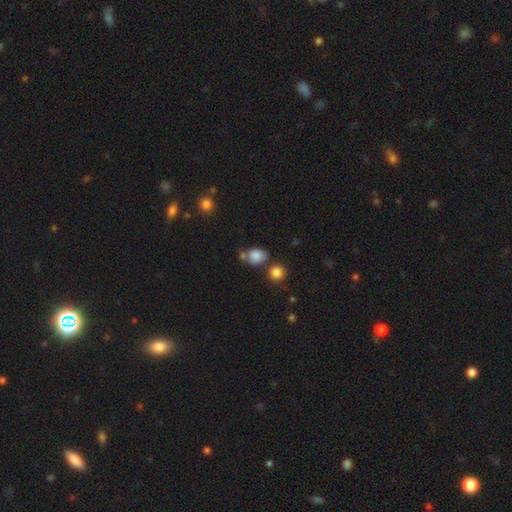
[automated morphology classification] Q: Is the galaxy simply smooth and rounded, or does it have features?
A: smooth — 82%.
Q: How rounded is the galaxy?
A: in between — 55%.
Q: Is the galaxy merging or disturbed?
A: none — 54%.